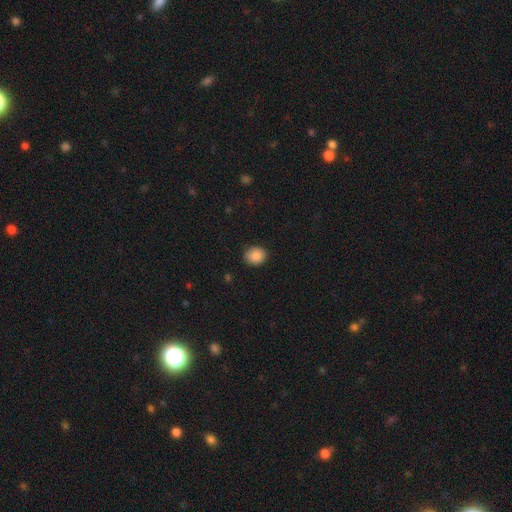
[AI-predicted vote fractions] Smooth or featured: smooth — 87% (star or artifact — 8%)
How rounded: round — 73% (in between — 26%)
Merging: none — 87% (minor disturbance — 10%)